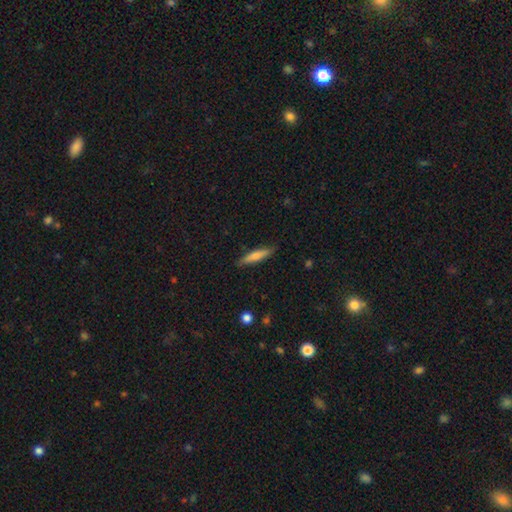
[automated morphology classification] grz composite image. It shows a smooth galaxy with no disk features (68%) that is cigar-shaped (84%). Merging: none (86%).